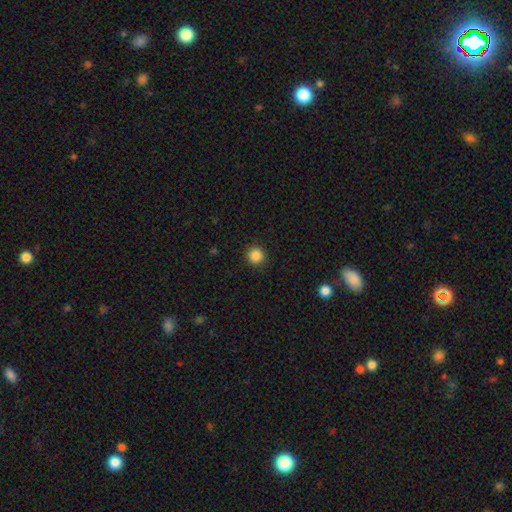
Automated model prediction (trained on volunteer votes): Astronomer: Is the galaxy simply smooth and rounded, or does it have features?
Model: smooth — 86%.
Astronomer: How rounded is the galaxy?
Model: round — 94%.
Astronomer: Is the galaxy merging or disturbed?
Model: none — 91%.